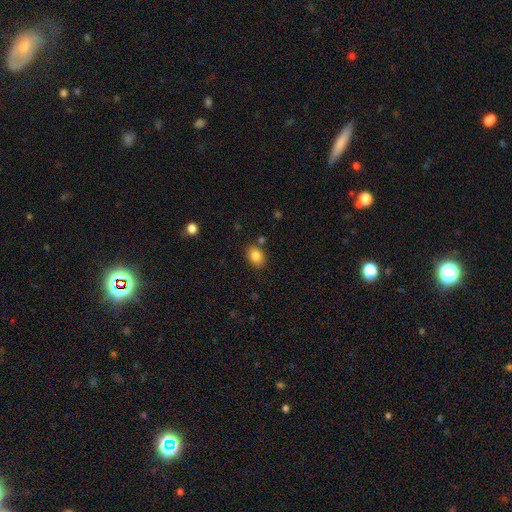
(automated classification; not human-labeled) Smooth or featured? smooth (86%)
How rounded? in between (74%)
Merging? none (79%)